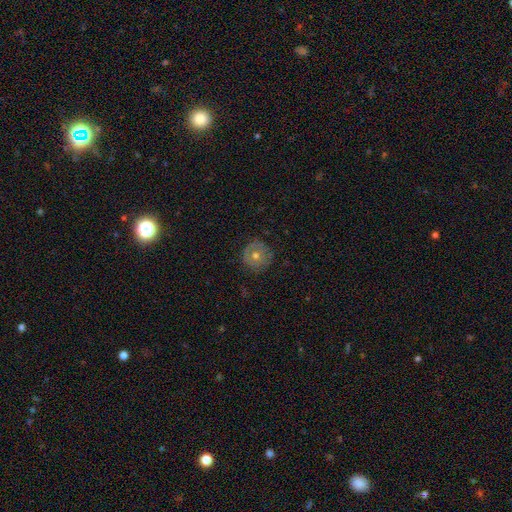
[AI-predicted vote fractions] This appears to be a featured or disk galaxy (45%, tied with smooth). Merging: none (84%).